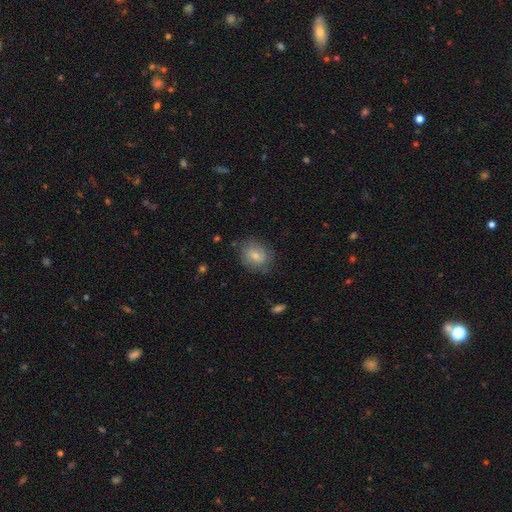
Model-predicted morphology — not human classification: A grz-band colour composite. It shows a smooth galaxy with no disk features (65%) that is round (51%). Merging: none (68%).